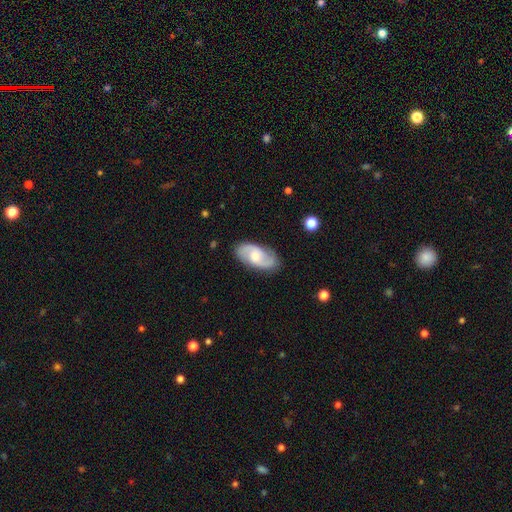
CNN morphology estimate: smooth-or-featured: featured or disk: 72% | smooth: 23% | star or artifact: 5%
  disk-edge-on: no: 95% | yes: 5%
    bar: no: 49% | weak: 43% | strong: 8%
    has-spiral-arms: yes: 93% | no: 7%
      spiral-winding: medium: 49% | loose: 30% | tight: 21%
      spiral-arm-count: 2: 88% | can't tell: 7% | 1: 2% | 3: 2% | 4: 1% | more than 4: 1%
    bulge-size: moderate: 51% | small: 37% | large: 6% | none: 4% | dominant: 1%
  merging: none: 83% | minor disturbance: 13% | major disturbance: 3% | merger: 1%